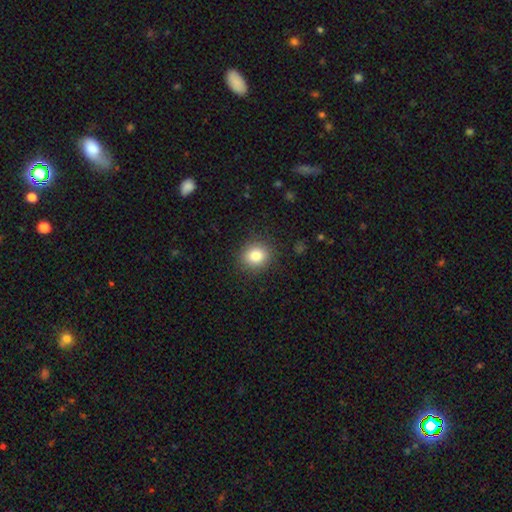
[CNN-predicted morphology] The model was most divided on "how rounded": round: 73%, in between: 26%, cigar-shaped: 1%. More confident: merging — none (88%); smooth or featured — smooth (83%).